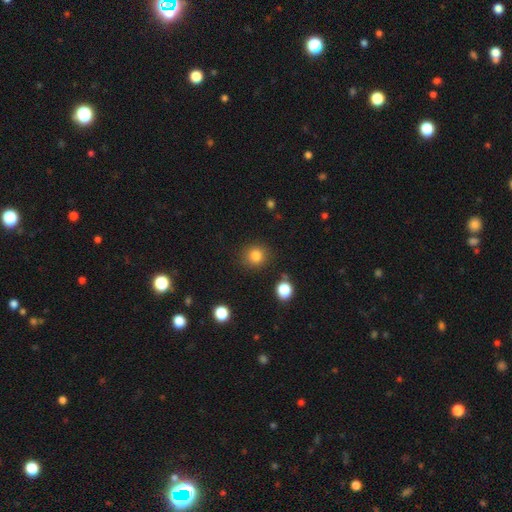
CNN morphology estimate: smooth-or-featured: smooth: 83% | star or artifact: 12% | featured or disk: 5%
  how-rounded: round: 89% | in between: 10% | cigar-shaped: 1%
  merging: none: 87% | minor disturbance: 8% | major disturbance: 3% | merger: 2%